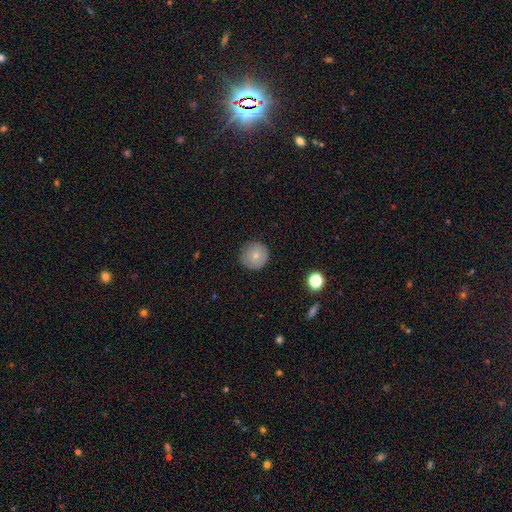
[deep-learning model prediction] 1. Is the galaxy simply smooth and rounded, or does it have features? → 75% smooth, 16% featured or disk, 9% star or artifact.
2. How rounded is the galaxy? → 95% round, 4% in between, 1% cigar-shaped.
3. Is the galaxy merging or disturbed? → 87% none, 10% minor disturbance, 2% major disturbance, 1% merger.